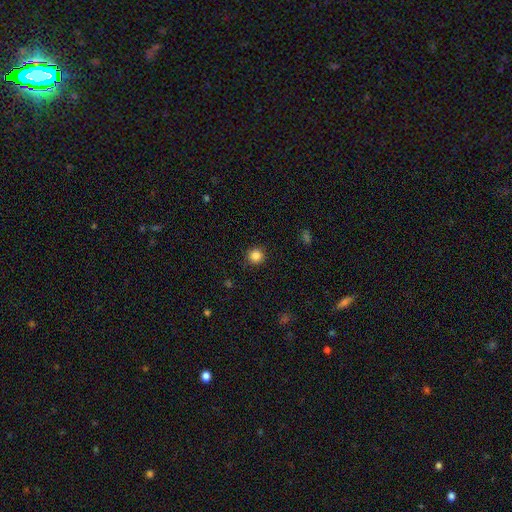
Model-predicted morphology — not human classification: Smooth or featured: smooth — 85% (star or artifact — 11%)
How rounded: round — 95% (in between — 4%)
Merging: none — 91% (minor disturbance — 6%)